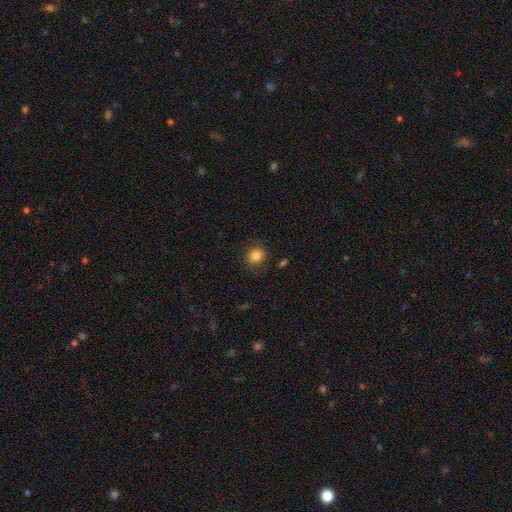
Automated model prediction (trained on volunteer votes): Morphology: type=smooth (83%); roundness=round (82%); merging=none (84%).